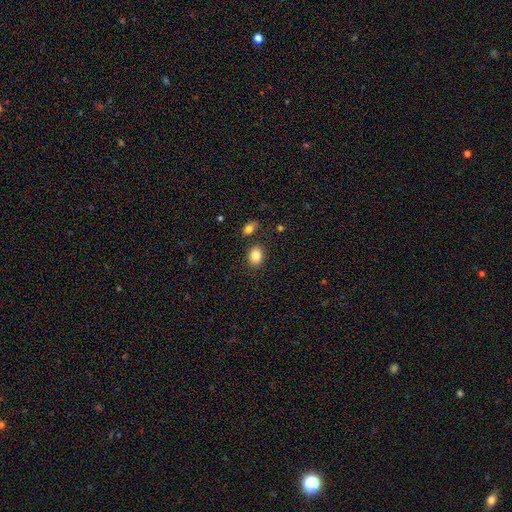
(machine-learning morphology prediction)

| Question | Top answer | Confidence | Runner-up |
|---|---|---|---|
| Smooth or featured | smooth | 84% | star or artifact (9%) |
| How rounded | in between | 57% | round (42%) |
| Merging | none | 82% | minor disturbance (9%) |